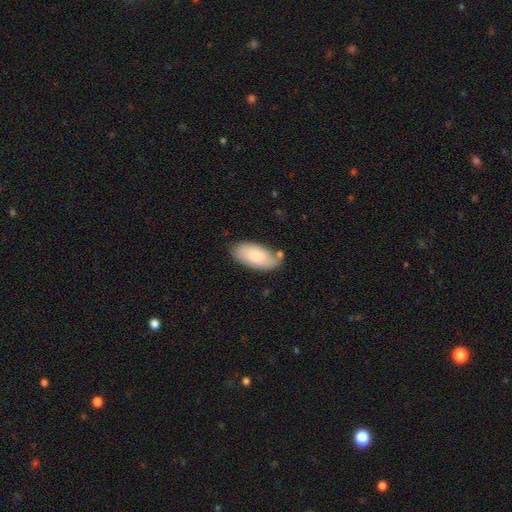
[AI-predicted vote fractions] smooth_or_featured: smooth (p=0.77) [alt: featured or disk p=0.17]
how_rounded: in between (p=0.91) [alt: cigar-shaped p=0.07]
merging: none (p=0.69) [alt: minor disturbance p=0.19]